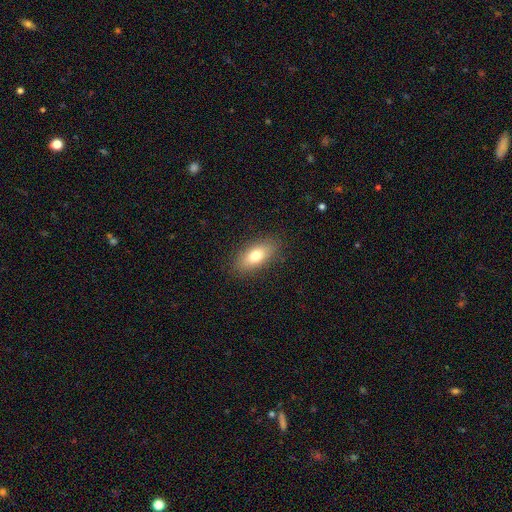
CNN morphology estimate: This appears to be a smooth galaxy with no disk features (76%) that is in between round and cigar-shaped (84%). Merging: none (88%).